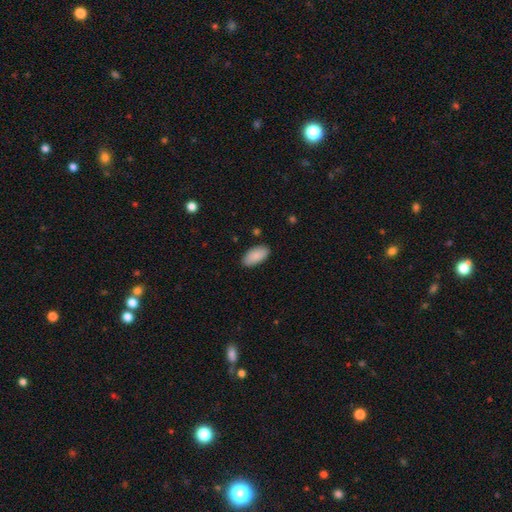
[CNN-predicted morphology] Smooth or featured? Predicted: smooth (p=0.90). How rounded? Predicted: in between (p=0.94). Merging? Predicted: none (p=0.87).